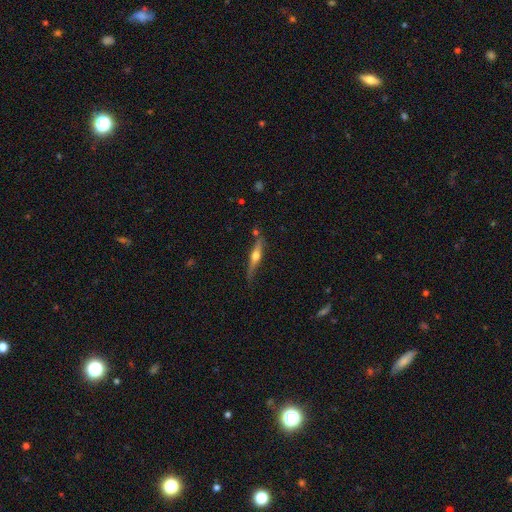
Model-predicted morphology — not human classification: Smooth or featured? featured or disk (69%)
Edge-on disk? yes (96%)
Edge-on bulge? rounded (94%)
Merging? none (74%)